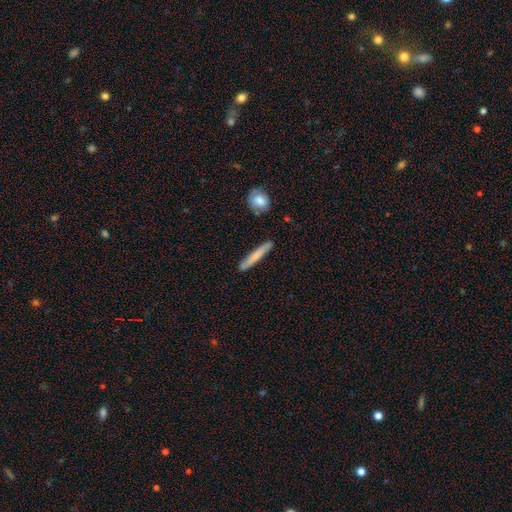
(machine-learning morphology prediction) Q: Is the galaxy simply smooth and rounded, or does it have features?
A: smooth — 66%.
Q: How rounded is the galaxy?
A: cigar-shaped — 95%.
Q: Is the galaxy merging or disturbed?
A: none — 86%.